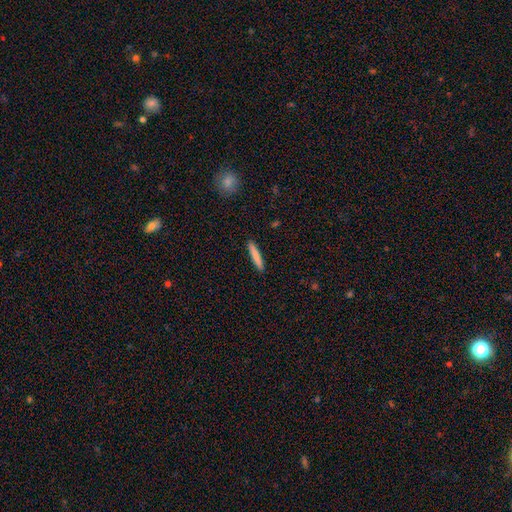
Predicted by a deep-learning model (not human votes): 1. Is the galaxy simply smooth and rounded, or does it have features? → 81% smooth, 13% featured or disk, 6% star or artifact.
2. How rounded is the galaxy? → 94% cigar-shaped, 5% in between, 1% round.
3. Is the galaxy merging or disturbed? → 92% none, 6% minor disturbance, 1% major disturbance, 1% merger.